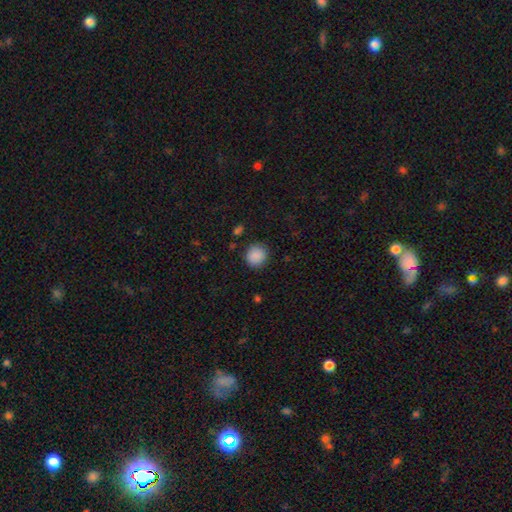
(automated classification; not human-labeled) The model was most divided on "merging": none: 88%, minor disturbance: 8%, major disturbance: 3%, merger: 1%. More confident: how rounded — round (92%); smooth or featured — smooth (88%).